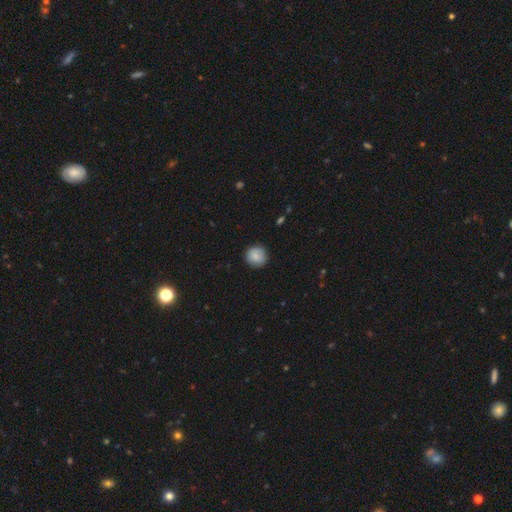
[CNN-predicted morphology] This is clearly a smooth galaxy (85%). How rounded: clearly round (92%). Merging: clearly none (88%).